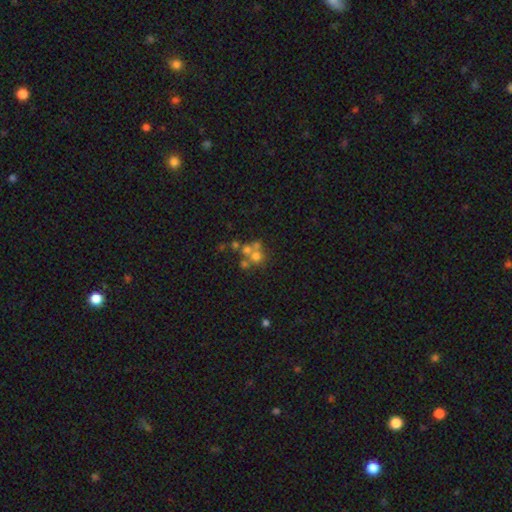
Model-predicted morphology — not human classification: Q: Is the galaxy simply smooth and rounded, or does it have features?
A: smooth — 52%.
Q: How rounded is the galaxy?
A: round — 87%.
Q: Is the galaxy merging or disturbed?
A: none — 44%.